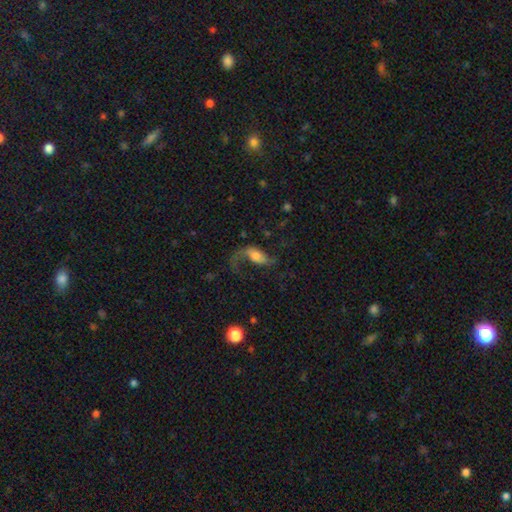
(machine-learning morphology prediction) smooth_or_featured: featured or disk (p=0.67) [alt: smooth p=0.24]
disk_edge_on: no (p=0.94) [alt: yes p=0.06]
bar: no (p=0.48) [alt: weak p=0.35]
has_spiral_arms: yes (p=0.88) [alt: no p=0.12]
spiral_winding: loose (p=0.85) [alt: medium p=0.12]
spiral_arm_count: 2 (p=0.75) [alt: 1 p=0.20]
bulge_size: moderate (p=0.35) [alt: large p=0.25]
merging: none (p=0.46) [alt: major disturbance p=0.34]